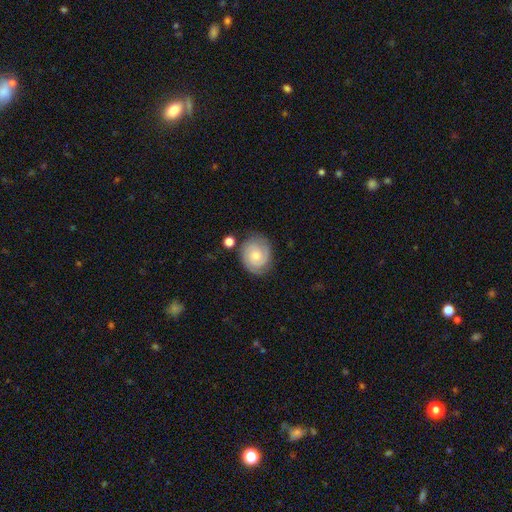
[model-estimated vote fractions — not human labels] featured or disk 69%, smooth 24%, star or artifact 7%. Down the decision tree: edge-on disk — no (98%); bar — no (72%); spiral arms — yes (94%); spiral arm count — 2 (61%); spiral winding — tight (67%); bulge size — small (51%); merging — none (76%).